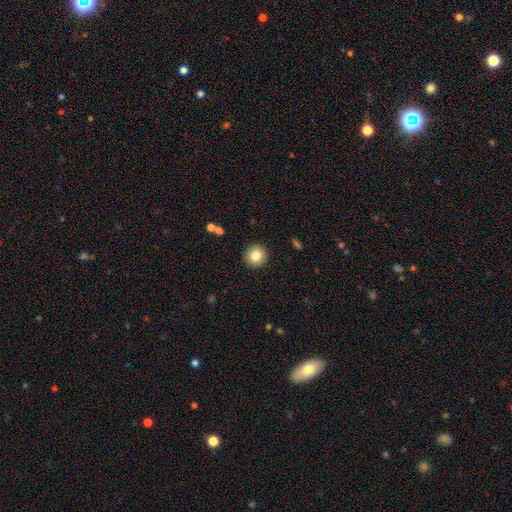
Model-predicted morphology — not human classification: Smooth or featured? Predicted: smooth (p=0.82). How rounded? Predicted: round (p=0.94). Merging? Predicted: none (p=0.91).